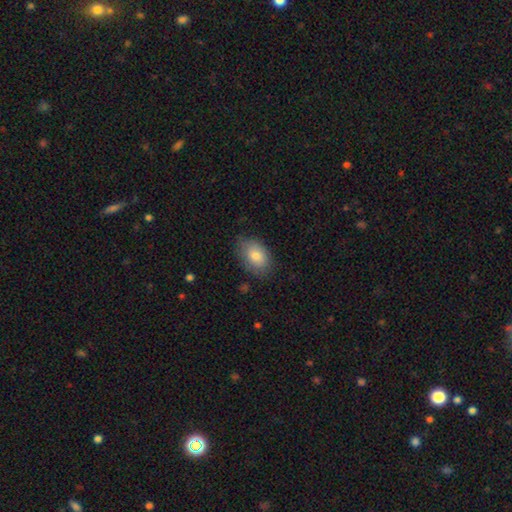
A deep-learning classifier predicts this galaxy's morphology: Smooth or featured: smooth — 81% (featured or disk — 12%)
How rounded: in between — 87% (round — 12%)
Merging: none — 77% (minor disturbance — 18%)